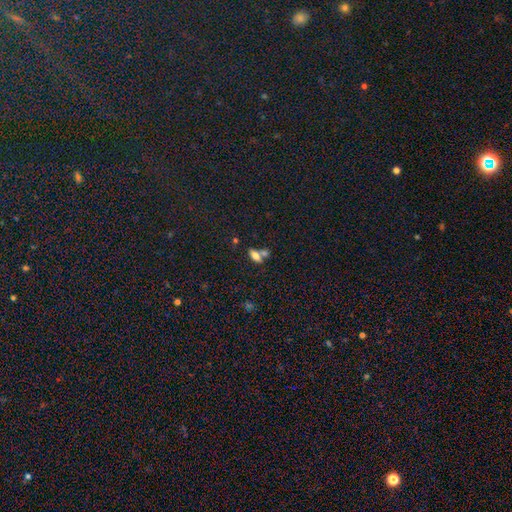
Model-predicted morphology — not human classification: The model was most divided on "merging": none: 44%, merger: 40%, minor disturbance: 11%, major disturbance: 5%. More confident: how rounded — in between (81%); smooth or featured — smooth (72%).